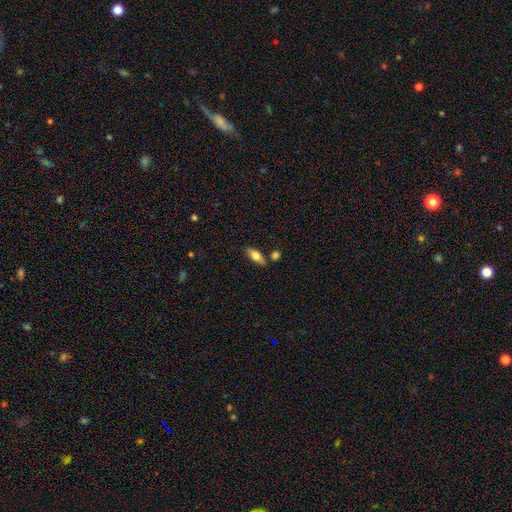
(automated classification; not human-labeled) Smooth or featured: smooth — 73% (featured or disk — 20%)
How rounded: in between — 79% (cigar-shaped — 19%)
Merging: none — 77% (minor disturbance — 12%)